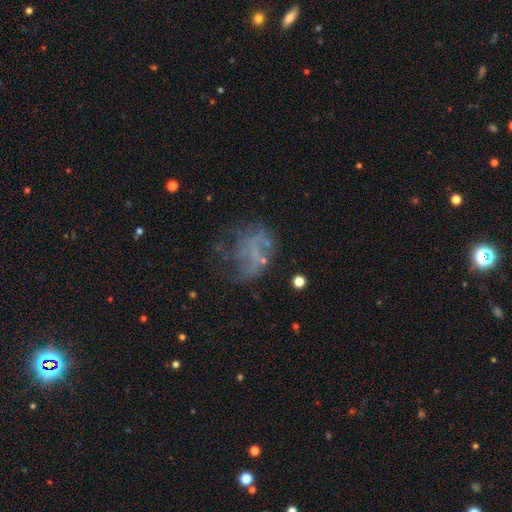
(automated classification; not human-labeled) Smooth or featured? Predicted: featured or disk (p=0.52). Edge-on disk? Predicted: no (p=0.98). Bar? Predicted: no (p=0.84). Spiral arms? Predicted: no (p=0.74). Bulge size? Predicted: none (p=0.79). Merging? Predicted: none (p=0.41).